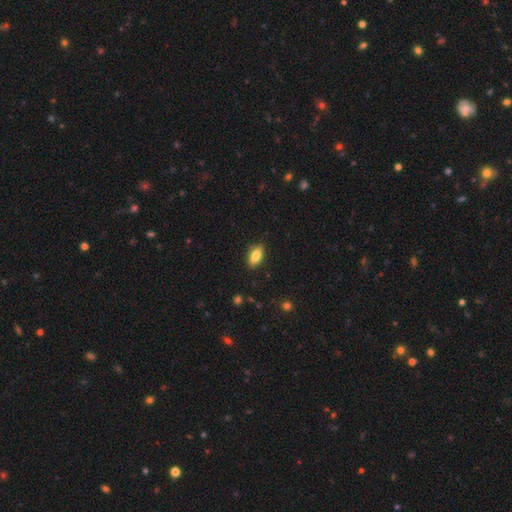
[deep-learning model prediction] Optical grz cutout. It shows a smooth galaxy with no disk features (81%) that is in between round and cigar-shaped (85%). Merging: none (86%).